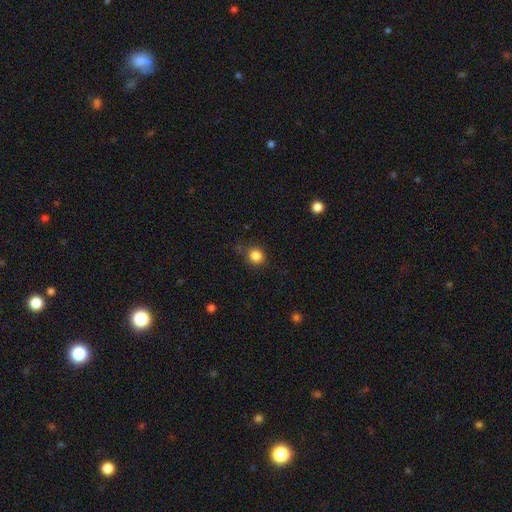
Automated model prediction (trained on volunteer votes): Smooth or featured? Predicted: smooth (p=0.84). How rounded? Predicted: round (p=0.87). Merging? Predicted: none (p=0.81).